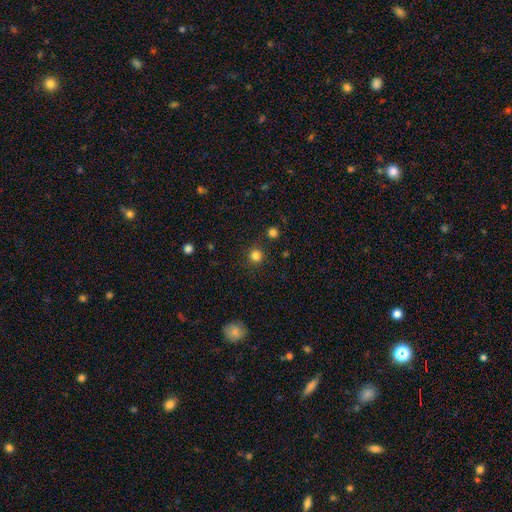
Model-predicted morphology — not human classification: type=smooth (82%); roundness=round (94%); merging=none (88%).